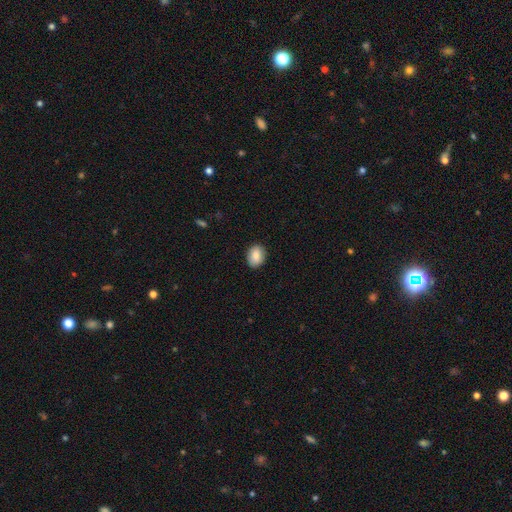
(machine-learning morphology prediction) Smooth or featured: smooth — 86% (star or artifact — 7%)
How rounded: in between — 68% (round — 31%)
Merging: none — 88% (minor disturbance — 9%)